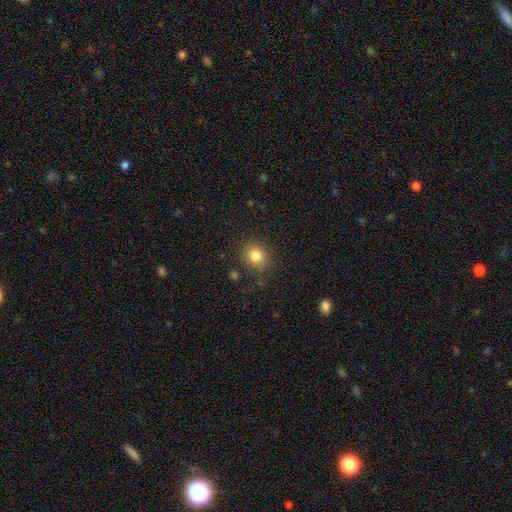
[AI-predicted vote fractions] Morphology: type=smooth (82%); roundness=round (71%); merging=none (82%).